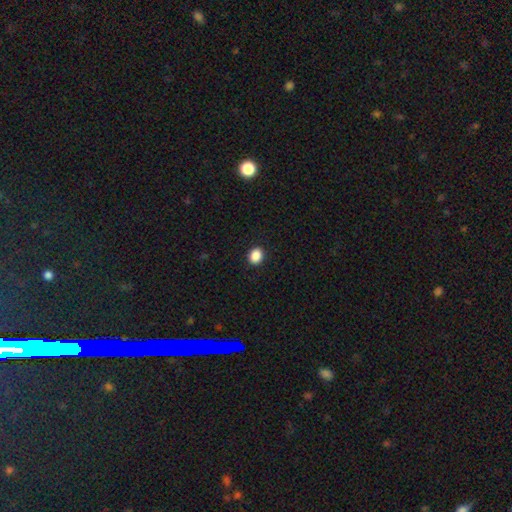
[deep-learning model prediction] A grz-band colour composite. It shows a smooth galaxy with no disk features (89%) that is round (51%). Merging: none (91%).